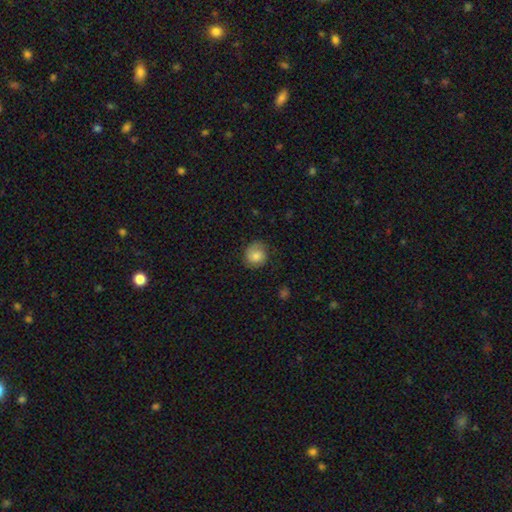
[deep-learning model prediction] A smooth galaxy with no disk features (68%) that is round (81%).

Vote fractions:
- Smooth or featured? smooth: 68% / featured or disk: 24% / star or artifact: 8%
- How rounded? round: 81% / in between: 18% / cigar-shaped: 1%
- Merging? none: 73% / minor disturbance: 19% / major disturbance: 7% / merger: 1%